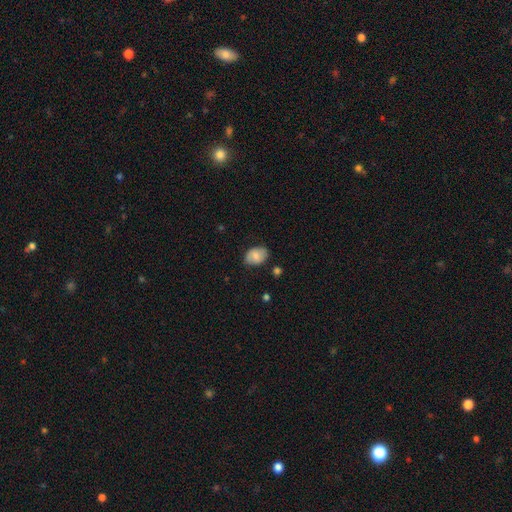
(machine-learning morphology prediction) A smooth galaxy with no disk features (74%) that is in between round and cigar-shaped (76%). Merging: none (77%).